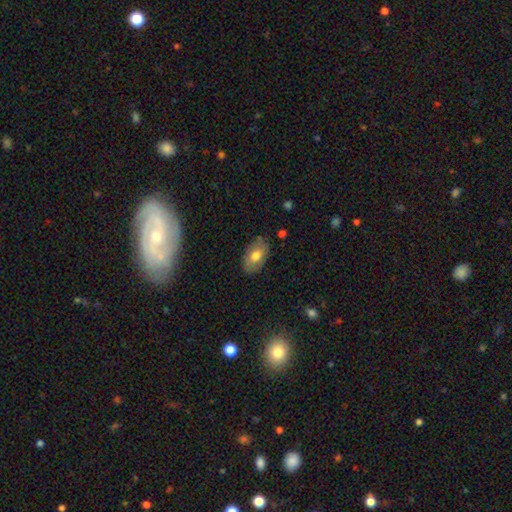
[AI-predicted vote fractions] A smooth galaxy with no disk features (69%) that is in between round and cigar-shaped (92%).

Vote fractions:
- Smooth or featured? smooth: 69% / featured or disk: 24% / star or artifact: 7%
- How rounded? in between: 92% / round: 7% / cigar-shaped: 1%
- Merging? none: 81% / minor disturbance: 15% / major disturbance: 3% / merger: 1%